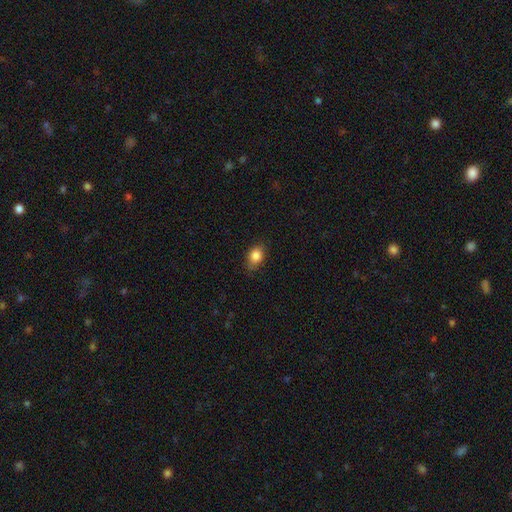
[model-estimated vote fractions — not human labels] Smooth or featured?
  - smooth: 85% *
  - star or artifact: 9%
  - featured or disk: 7%
How rounded?
  - in between: 73% *
  - round: 25%
  - cigar-shaped: 2%
Merging?
  - none: 77% *
  - minor disturbance: 18%
  - major disturbance: 4%
  - merger: 1%